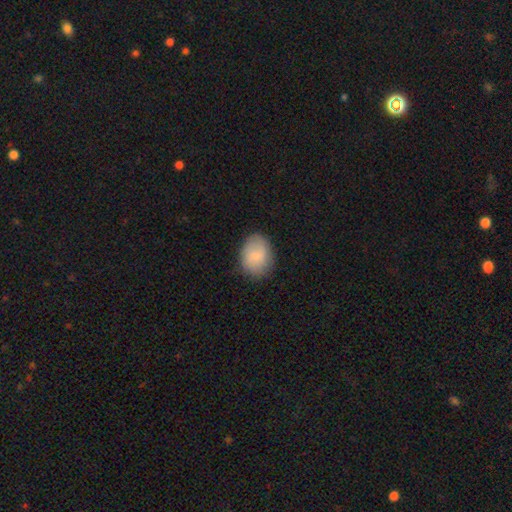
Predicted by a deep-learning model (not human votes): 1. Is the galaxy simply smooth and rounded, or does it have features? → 78% smooth, 15% featured or disk, 7% star or artifact.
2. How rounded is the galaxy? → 60% in between, 39% round, 1% cigar-shaped.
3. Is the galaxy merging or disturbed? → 81% none, 15% minor disturbance, 4% major disturbance, 1% merger.